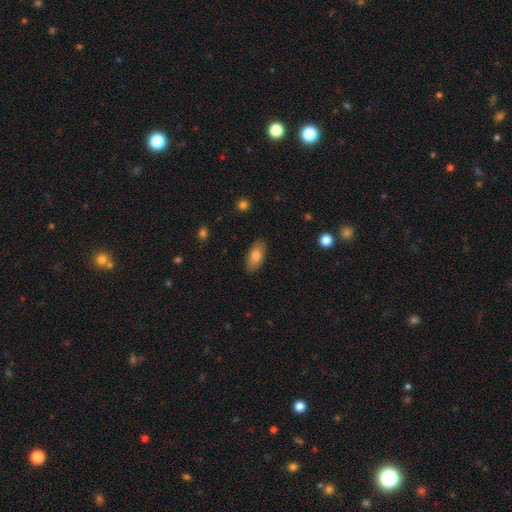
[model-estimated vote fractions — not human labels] Smooth or featured? Predicted: smooth (p=0.75). How rounded? Predicted: in between (p=0.90). Merging? Predicted: none (p=0.87).